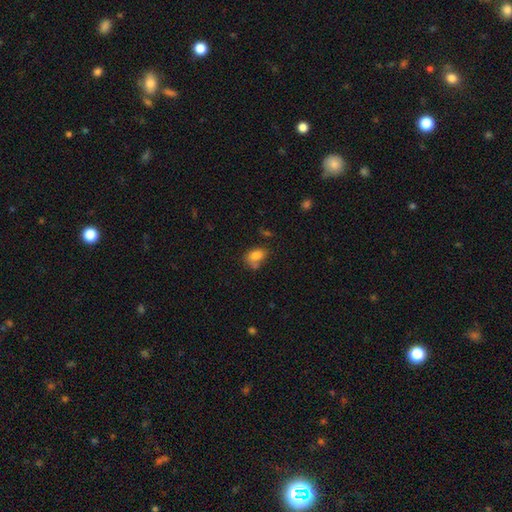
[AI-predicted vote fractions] A smooth galaxy with no disk features (81%) that is in between round and cigar-shaped (82%). Merging: none (50%).